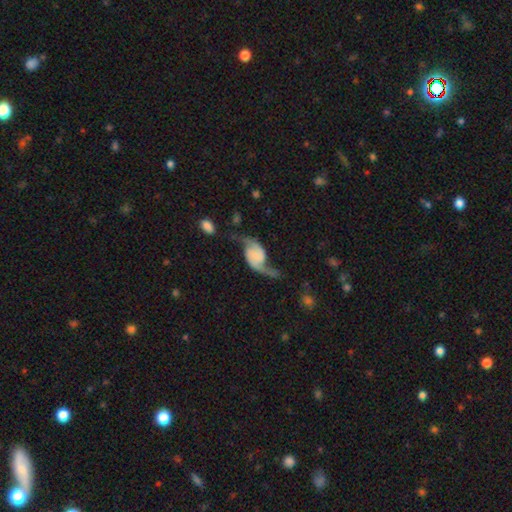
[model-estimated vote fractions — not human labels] Smooth or featured: featured or disk — 87% (smooth — 7%)
Edge-on disk: no — 97% (yes — 3%)
Bar: no — 63% (weak — 27%)
Spiral arms: yes — 97% (no — 3%)
Spiral winding: loose — 82% (medium — 14%)
Spiral arm count: 2 — 94% (1 — 2%)
Bulge size: none — 59% (small — 20%)
Merging: none — 60% (minor disturbance — 20%)